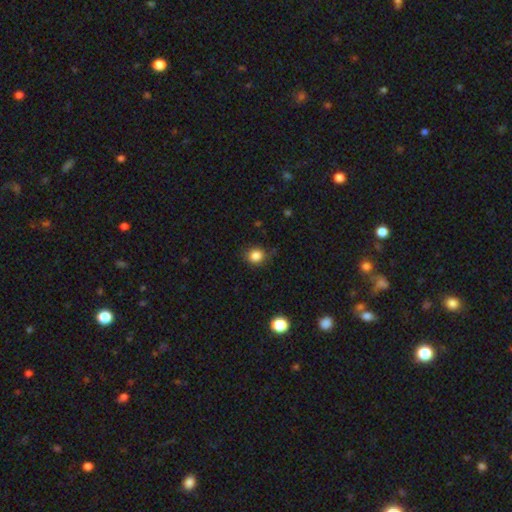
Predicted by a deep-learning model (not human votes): smooth_or_featured: smooth (p=0.85) [alt: star or artifact p=0.11]
how_rounded: round (p=0.84) [alt: in between p=0.15]
merging: none (p=0.82) [alt: minor disturbance p=0.13]